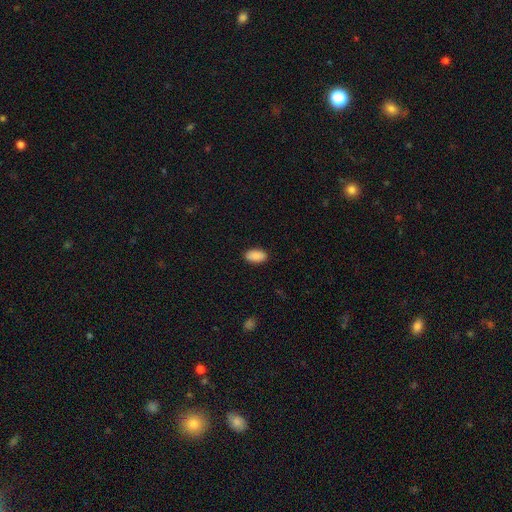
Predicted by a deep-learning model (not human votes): This appears to be a smooth galaxy with no disk features (90%) that is in between round and cigar-shaped (94%). Merging: none (89%).